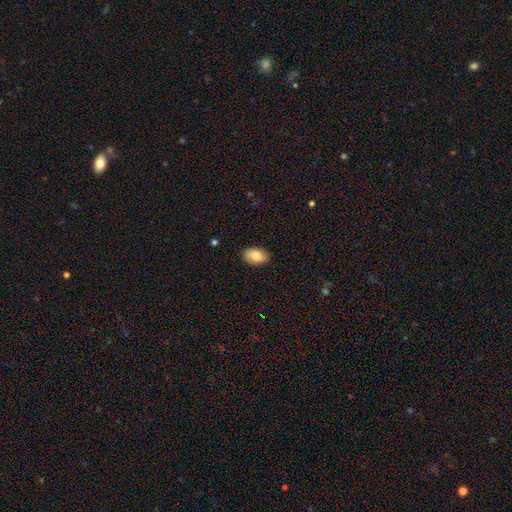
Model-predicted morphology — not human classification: Smooth or featured? Predicted: smooth (p=0.82). How rounded? Predicted: in between (p=0.89). Merging? Predicted: none (p=0.85).